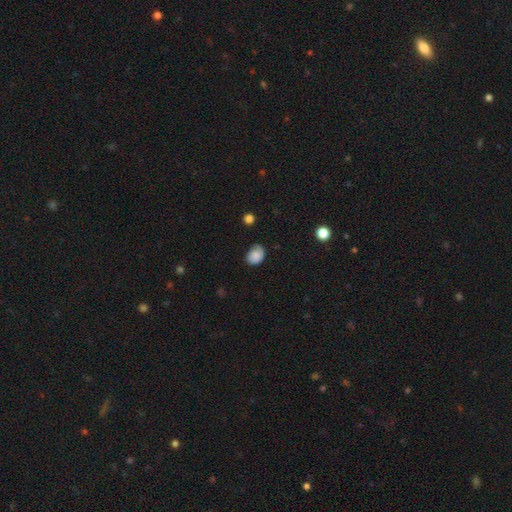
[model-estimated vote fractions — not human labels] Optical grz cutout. It shows a smooth galaxy with no disk features (77%) that is in between round and cigar-shaped (63%). Merging: none (57%).